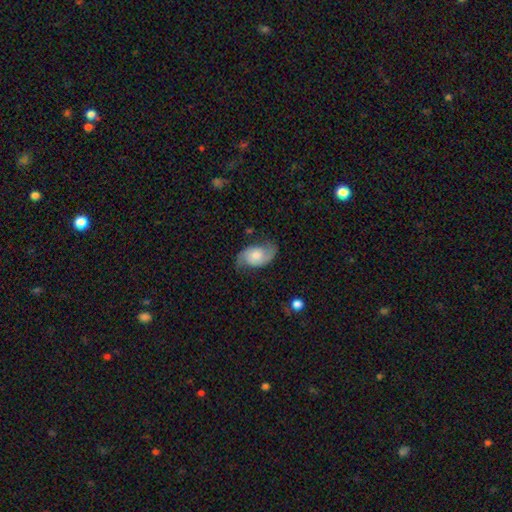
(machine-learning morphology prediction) smooth_or_featured: featured or disk (p=0.65) [alt: smooth p=0.28]
disk_edge_on: no (p=0.96) [alt: yes p=0.04]
bar: no (p=0.71) [alt: weak p=0.25]
has_spiral_arms: yes (p=0.92) [alt: no p=0.08]
spiral_winding: medium (p=0.41) [tied with: loose p=0.41]
spiral_arm_count: 2 (p=0.89) [alt: can't tell p=0.05]
bulge_size: moderate (p=0.49) [alt: small p=0.24]
merging: none (p=0.69) [alt: minor disturbance p=0.22]